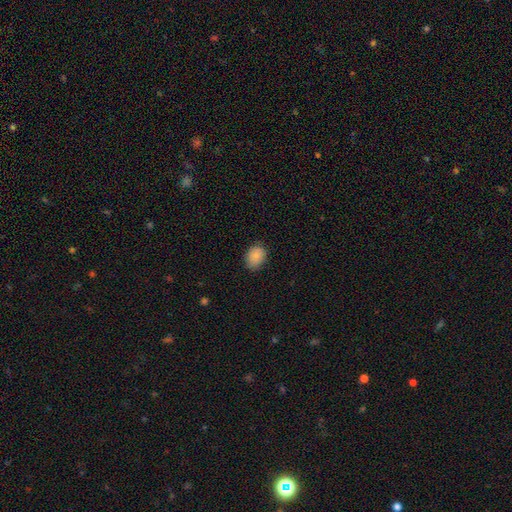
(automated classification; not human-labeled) The model was most divided on "how rounded": in between: 66%, round: 33%, cigar-shaped: 1%. More confident: smooth or featured — smooth (88%); merging — none (81%).